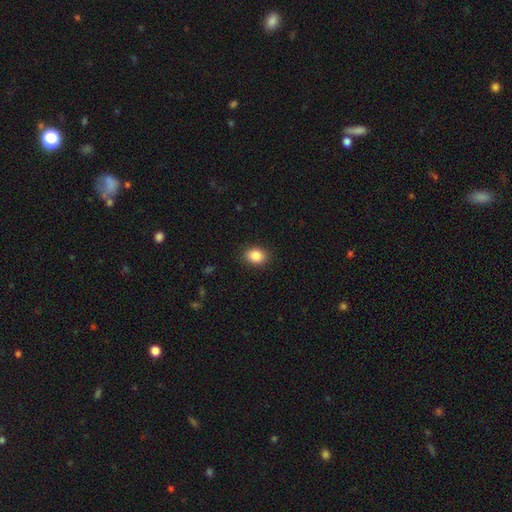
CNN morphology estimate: smooth 87%, star or artifact 9%, featured or disk 5%. Down the decision tree: how rounded — in between (63%); merging — none (88%).